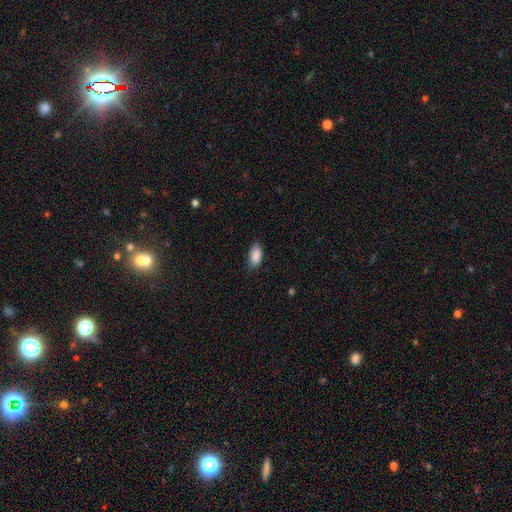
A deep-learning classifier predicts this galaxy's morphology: smooth-or-featured: smooth: 89% | star or artifact: 7% | featured or disk: 4%
  how-rounded: in between: 92% | round: 5% | cigar-shaped: 3%
  merging: none: 76% | minor disturbance: 20% | major disturbance: 3% | merger: 1%